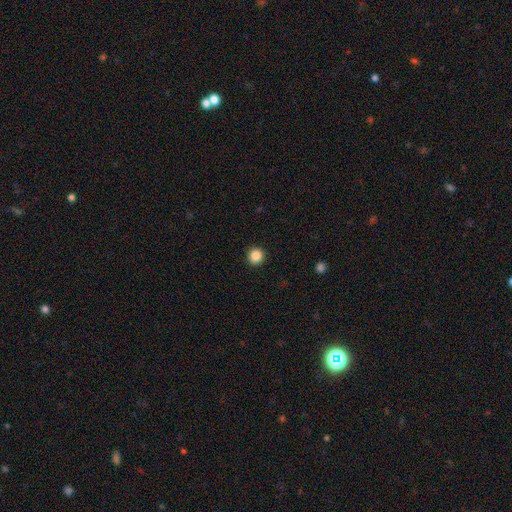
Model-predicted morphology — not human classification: A smooth galaxy with no disk features (86%) that is round (94%). Merging: none (93%).